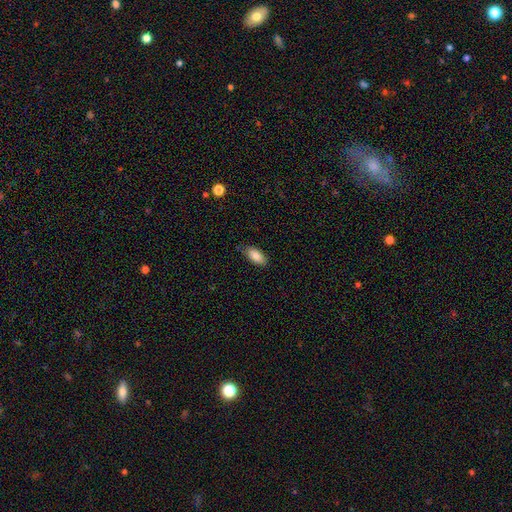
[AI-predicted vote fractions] Morphology: type=smooth (85%); roundness=in between (90%); merging=none (80%).